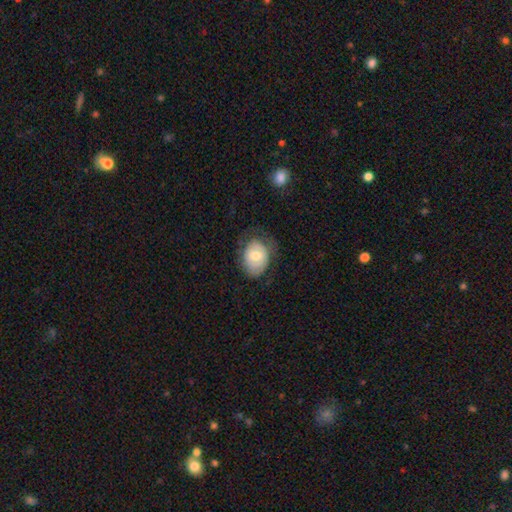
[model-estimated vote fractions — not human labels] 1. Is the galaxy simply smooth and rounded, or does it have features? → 66% smooth, 27% featured or disk, 7% star or artifact.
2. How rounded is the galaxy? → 62% in between, 37% round, 1% cigar-shaped.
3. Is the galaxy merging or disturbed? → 58% none, 27% minor disturbance, 15% major disturbance, 1% merger.